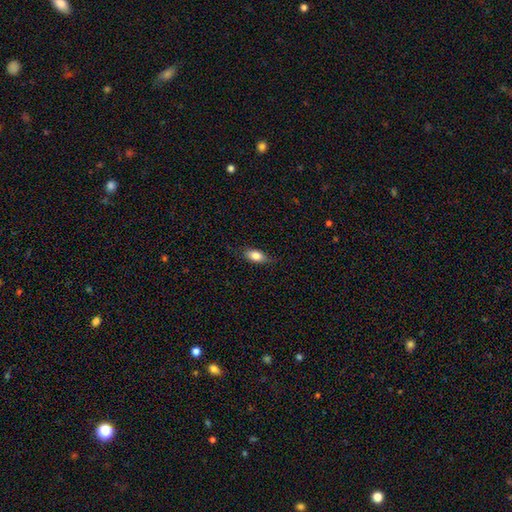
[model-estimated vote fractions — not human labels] Q: Smooth or featured?
A: smooth (78%); runner-up: featured or disk (15%)
Q: How rounded?
A: in between (82%); runner-up: cigar-shaped (12%)
Q: Merging?
A: none (74%); runner-up: minor disturbance (21%)